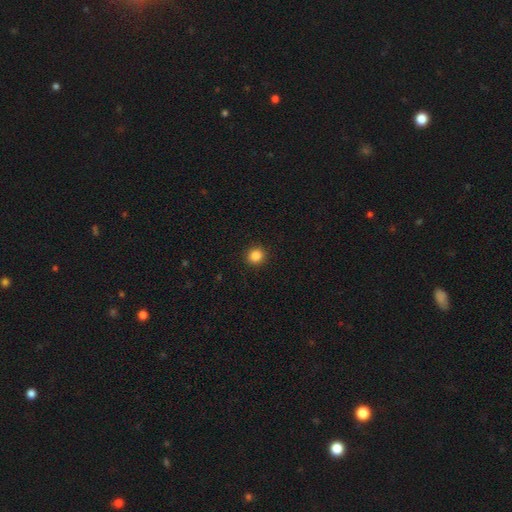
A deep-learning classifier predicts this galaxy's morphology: Smooth or featured: smooth — 85% (star or artifact — 11%)
How rounded: round — 89% (in between — 11%)
Merging: none — 93% (minor disturbance — 5%)